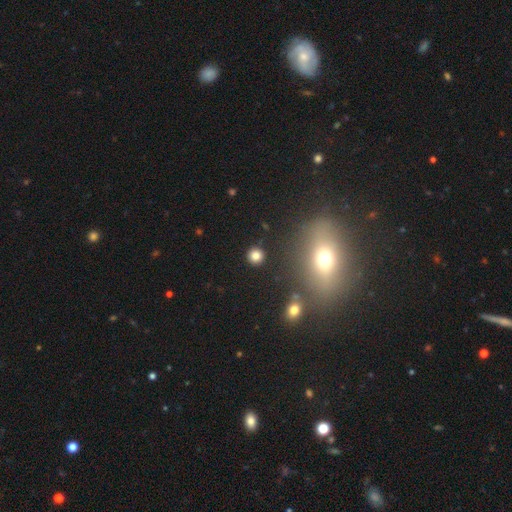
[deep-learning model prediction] Morphology: type=smooth (82%); roundness=round (92%); merging=none (90%).